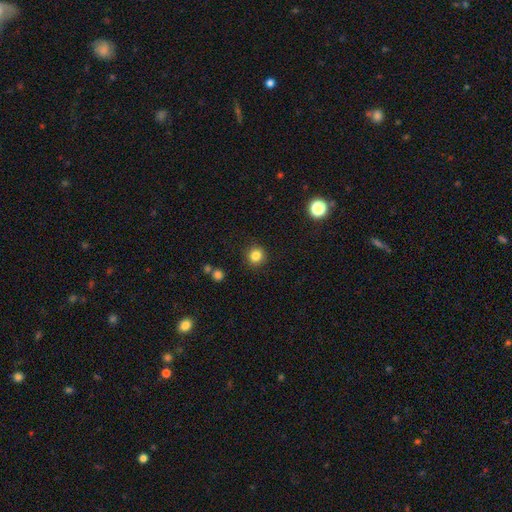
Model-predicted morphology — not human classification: Q: Smooth or featured?
A: smooth (84%); runner-up: star or artifact (12%)
Q: How rounded?
A: round (92%); runner-up: in between (7%)
Q: Merging?
A: none (90%); runner-up: minor disturbance (6%)